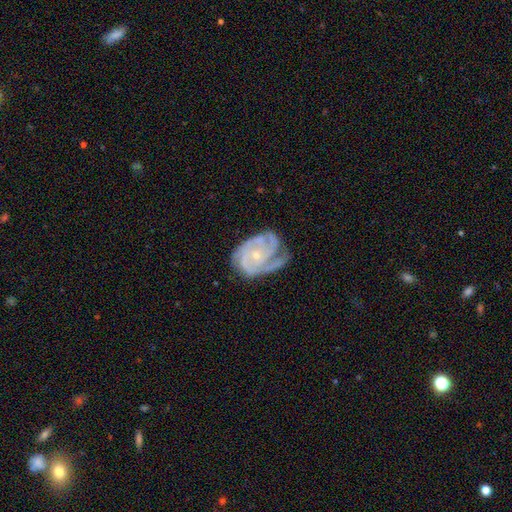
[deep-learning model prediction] Overall: featured or disk (89%). Edge-on disk: no (98%). Bar: no (76%). Spiral arms: yes (98%). Spiral arm count: 3 (43%; 4 21%). Spiral winding: tight (65%; medium 30%). Bulge size: small (72%). Merging: none (62%; minor disturbance 25%).